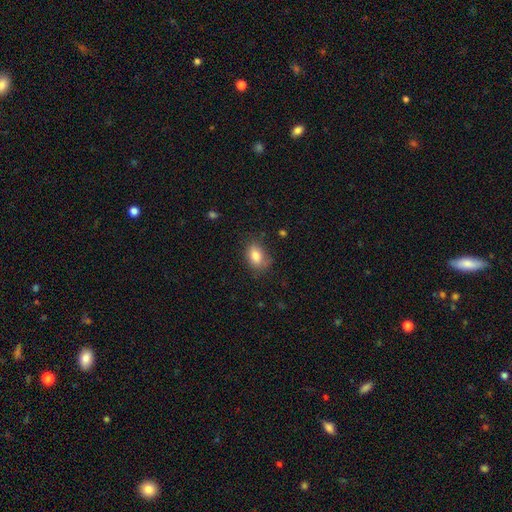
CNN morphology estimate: This appears to be a smooth galaxy with no disk features (82%) that is in between round and cigar-shaped (82%). Merging: none (71%).